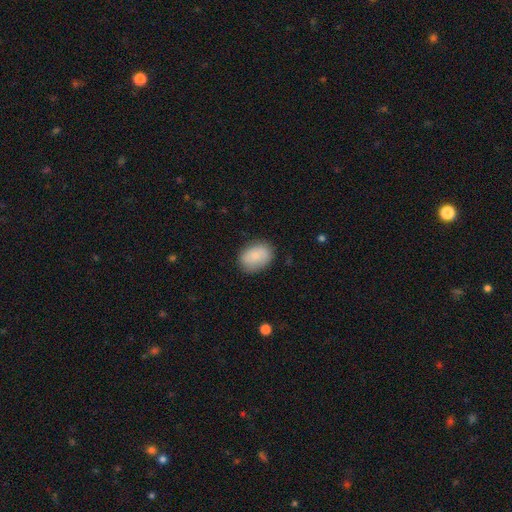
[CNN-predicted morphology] A smooth galaxy with no disk features (80%) that is in between round and cigar-shaped (78%). Merging: none (81%).